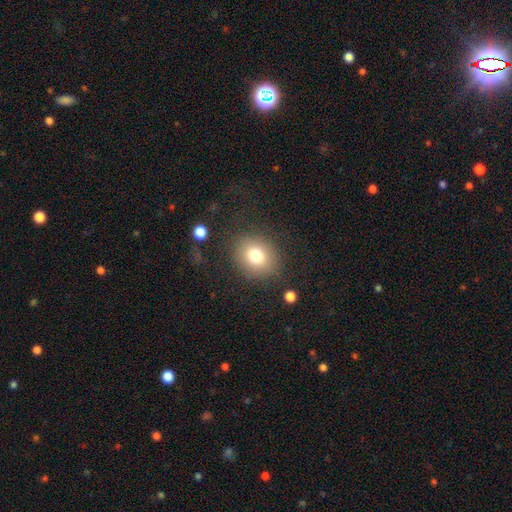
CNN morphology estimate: The model was most divided on "how rounded": round: 67%, in between: 33%, cigar-shaped: 1%. More confident: merging — none (82%); smooth or featured — smooth (78%).